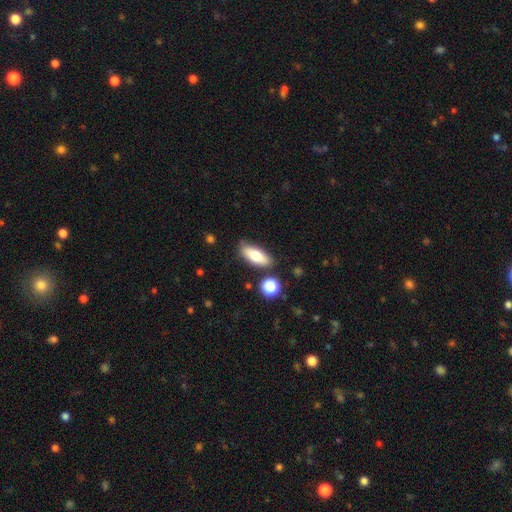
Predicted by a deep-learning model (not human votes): A smooth galaxy with no disk features (73%) that is in between round and cigar-shaped (72%). Merging: none (78%).